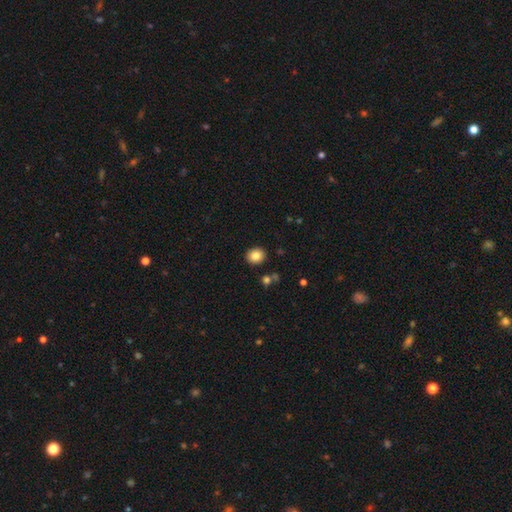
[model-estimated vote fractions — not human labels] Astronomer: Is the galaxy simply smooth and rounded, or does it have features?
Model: smooth — 84%.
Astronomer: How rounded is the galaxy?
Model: round — 72%.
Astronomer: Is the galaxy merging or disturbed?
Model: none — 89%.